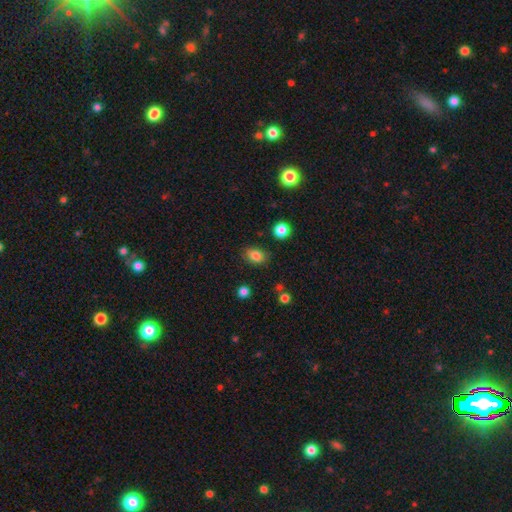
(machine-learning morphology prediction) smooth 83%, star or artifact 10%, featured or disk 6%. Down the decision tree: how rounded — in between (74%); merging — none (83%).